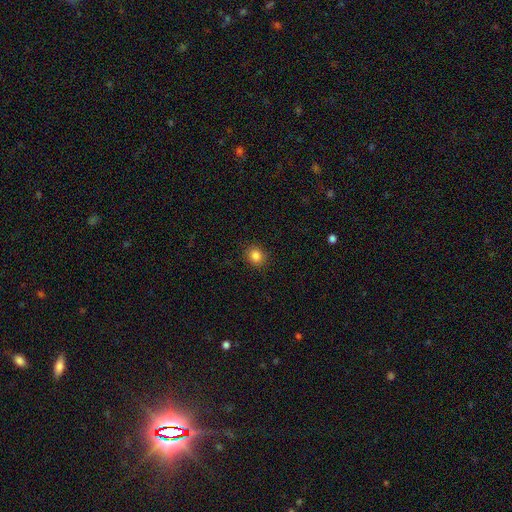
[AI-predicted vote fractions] Smooth or featured: smooth — 85% (star or artifact — 11%)
How rounded: round — 80% (in between — 19%)
Merging: none — 90% (minor disturbance — 7%)